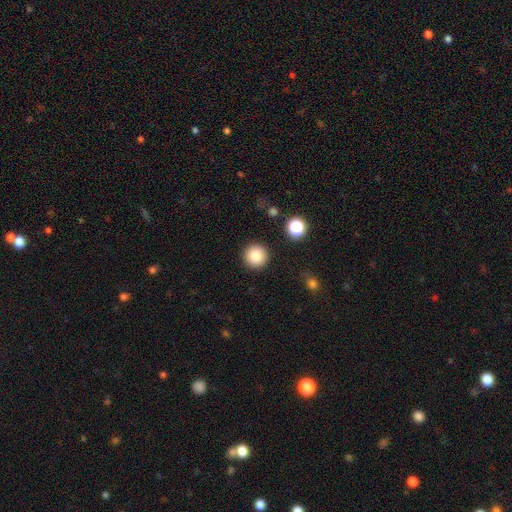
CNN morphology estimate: This appears to be a smooth galaxy with no disk features (84%) that is round (96%). Merging: none (91%).